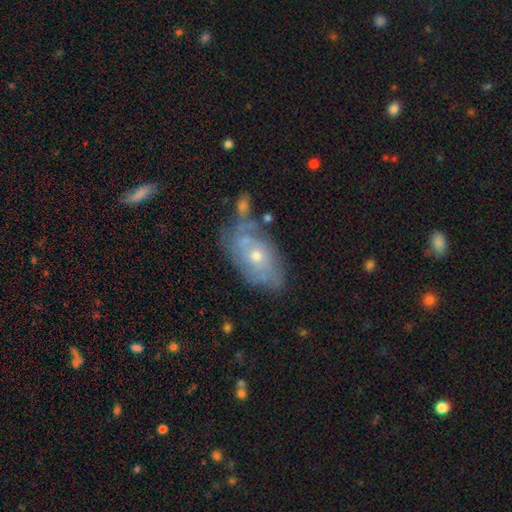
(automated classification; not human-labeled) Smooth or featured: featured or disk — 62% (smooth — 30%)
Edge-on disk: no — 92% (yes — 8%)
Bar: no — 83% (weak — 14%)
Spiral arms: yes — 60% (no — 40%)
Bulge size: small — 49% (moderate — 47%)
Merging: none — 51% (minor disturbance — 26%)